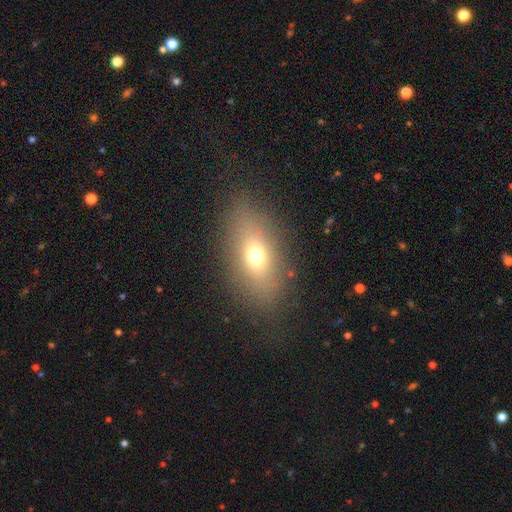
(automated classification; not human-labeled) A smooth galaxy with no disk features (66%) that is in between round and cigar-shaped (77%).

Vote fractions:
- Smooth or featured? smooth: 66% / featured or disk: 20% / star or artifact: 15%
- How rounded? in between: 77% / round: 14% / cigar-shaped: 9%
- Merging? none: 81% / minor disturbance: 11% / major disturbance: 7% / merger: 1%